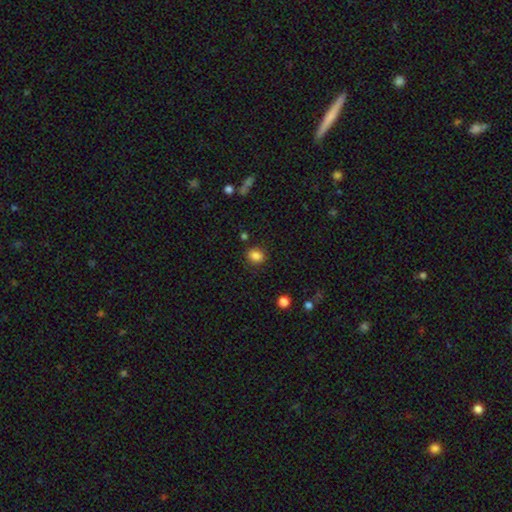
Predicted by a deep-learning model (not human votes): Overall: smooth (85%). How rounded: round (56%; in between 43%). Merging: none (85%).